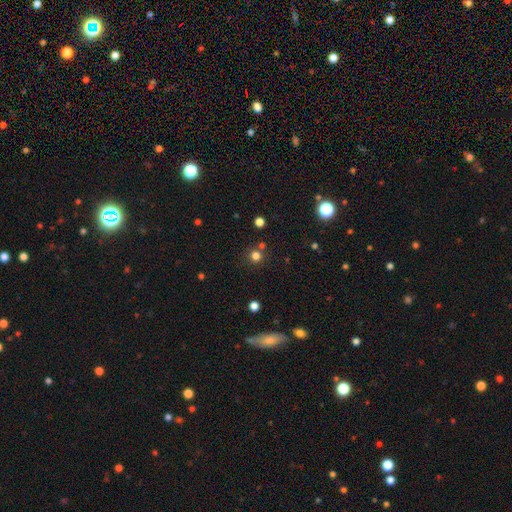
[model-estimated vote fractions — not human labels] This appears to be a smooth galaxy with no disk features (75%) that is round (93%). Merging: none (79%).